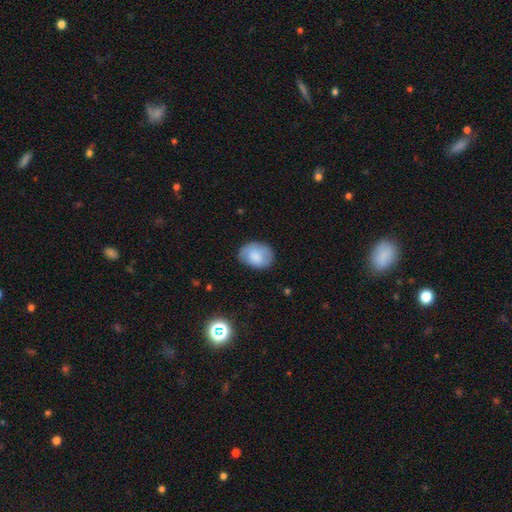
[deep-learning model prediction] A smooth galaxy with no disk features (76%) that is in between round and cigar-shaped (70%). Merging: none (74%).